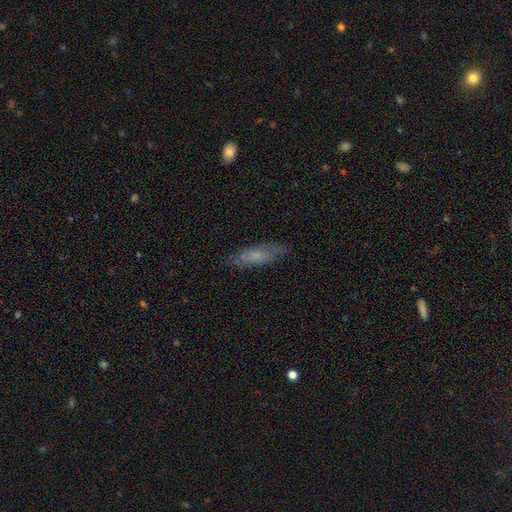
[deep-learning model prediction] Q: Smooth or featured?
A: smooth (58%); runner-up: featured or disk (35%)
Q: How rounded?
A: cigar-shaped (54%); runner-up: in between (44%)
Q: Merging?
A: none (77%); runner-up: minor disturbance (17%)